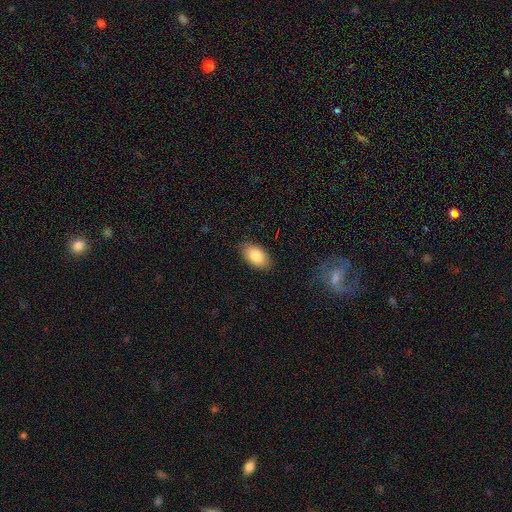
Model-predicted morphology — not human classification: A smooth galaxy with no disk features (84%) that is in between round and cigar-shaped (94%). Merging: none (87%).